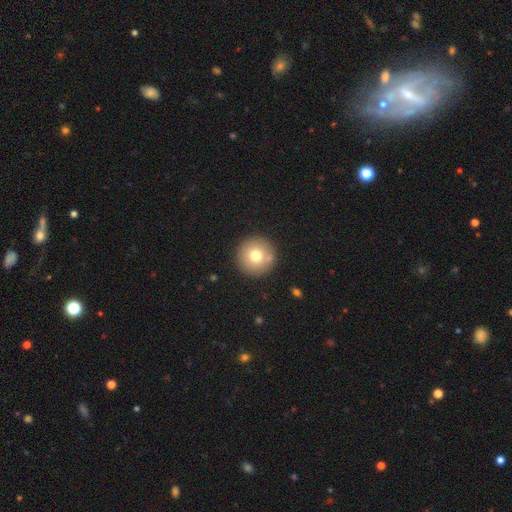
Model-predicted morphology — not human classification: Overall: smooth (72%). How rounded: round (96%). Merging: none (85%).